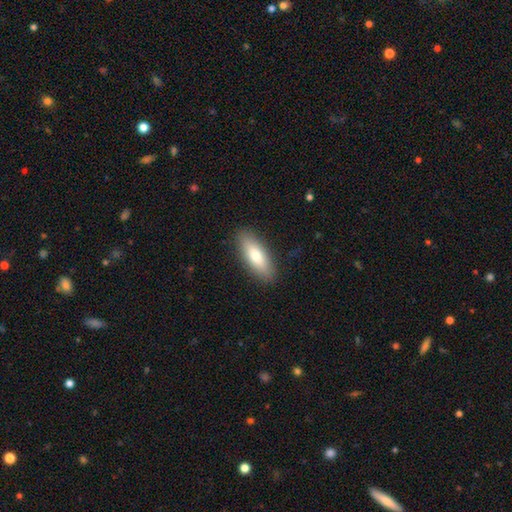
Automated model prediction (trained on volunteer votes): Morphology: type=smooth (76%); roundness=in between (63%); merging=none (89%).